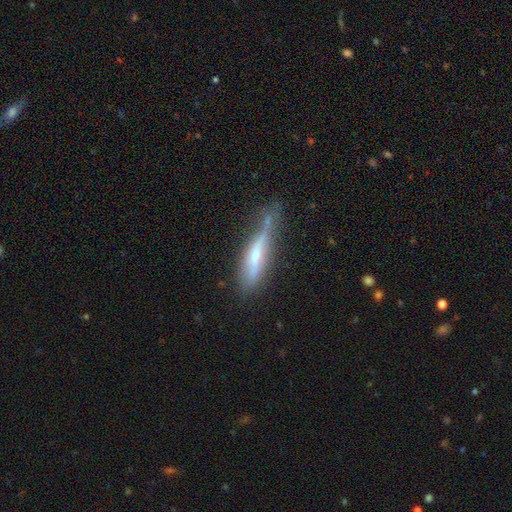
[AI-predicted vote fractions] featured or disk 52%, smooth 41%, star or artifact 7%. Down the decision tree: edge-on disk — yes (80%); merging — none (42%).